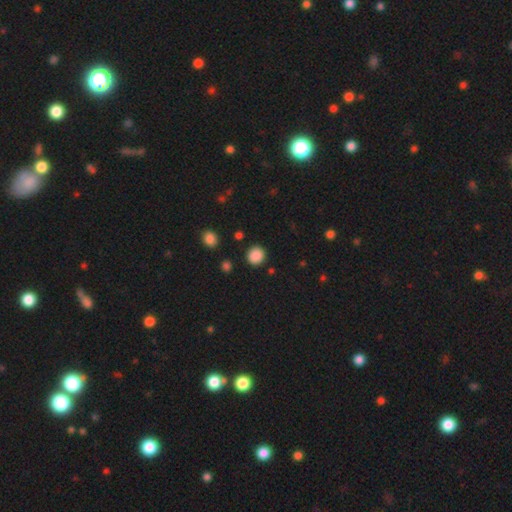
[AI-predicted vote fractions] smooth-or-featured: smooth: 87% | star or artifact: 10% | featured or disk: 3%
  how-rounded: round: 89% | in between: 10% | cigar-shaped: 1%
  merging: none: 89% | minor disturbance: 7% | major disturbance: 2% | merger: 2%